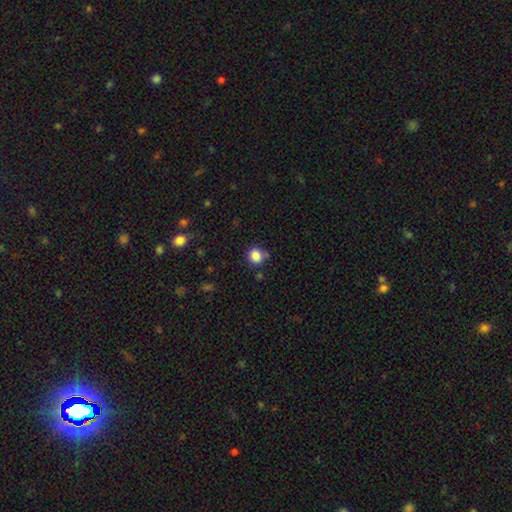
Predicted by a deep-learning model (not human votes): A smooth galaxy with no disk features (85%) that is round (81%). Merging: none (74%).